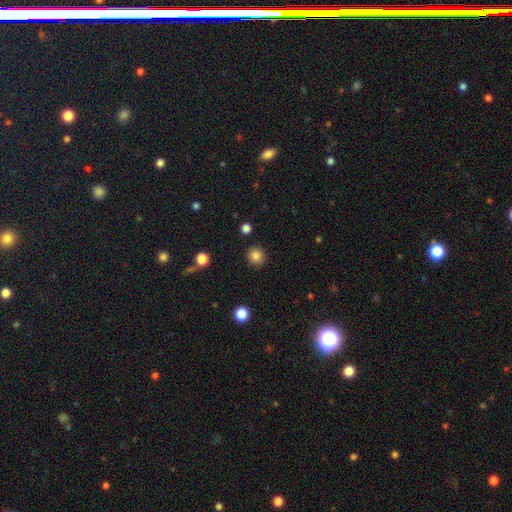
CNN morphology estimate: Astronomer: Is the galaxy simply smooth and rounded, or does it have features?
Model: smooth — 84%.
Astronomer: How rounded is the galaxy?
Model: round — 92%.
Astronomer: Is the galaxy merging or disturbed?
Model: none — 90%.